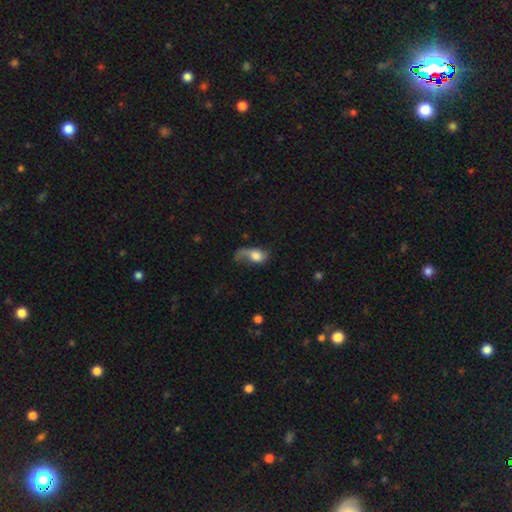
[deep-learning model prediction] Smooth or featured?
  - smooth: 58% *
  - featured or disk: 33%
  - star or artifact: 9%
How rounded?
  - in between: 75% *
  - round: 21%
  - cigar-shaped: 5%
Merging?
  - major disturbance: 49% *
  - none: 23%
  - minor disturbance: 22%
  - merger: 6%